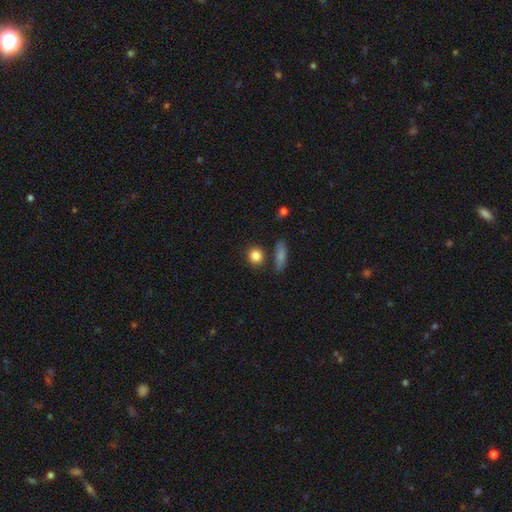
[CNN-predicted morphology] type=smooth (85%); roundness=round (82%); merging=none (80%).